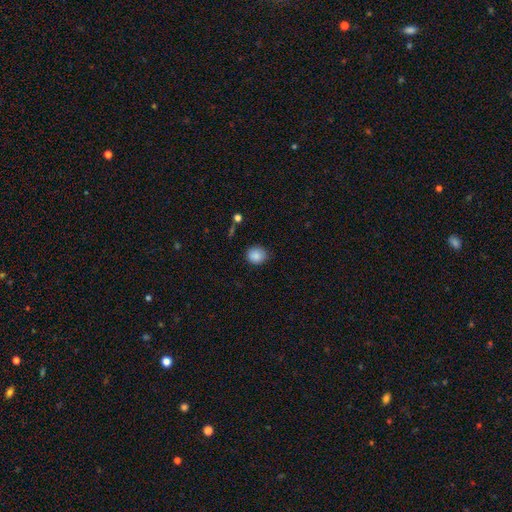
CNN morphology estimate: A smooth galaxy with no disk features (87%) that is round (74%).

Vote fractions:
- Smooth or featured? smooth: 87% / star or artifact: 9% / featured or disk: 5%
- How rounded? round: 74% / in between: 25% / cigar-shaped: 1%
- Merging? none: 77% / minor disturbance: 18% / major disturbance: 3% / merger: 2%